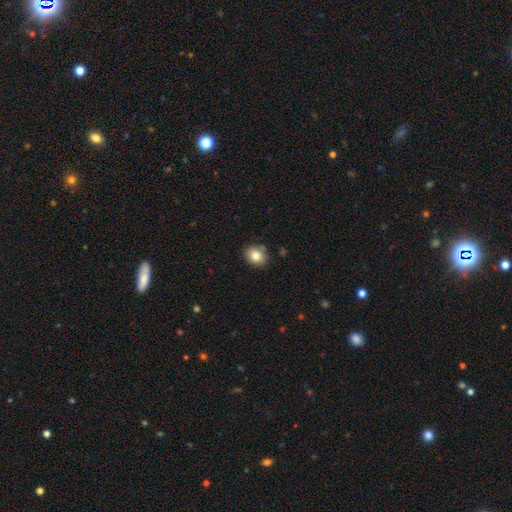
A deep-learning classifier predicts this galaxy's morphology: The model was most divided on "how rounded": round: 68%, in between: 31%, cigar-shaped: 1%. More confident: merging — none (85%); smooth or featured — smooth (81%).